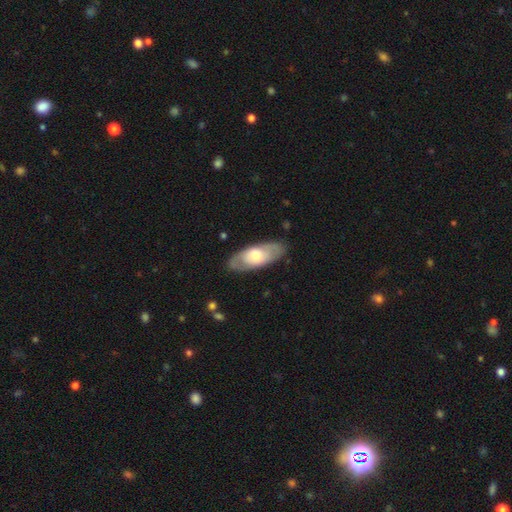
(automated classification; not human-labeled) Smooth or featured? Predicted: featured or disk (p=0.48). Merging? Predicted: none (p=0.83).